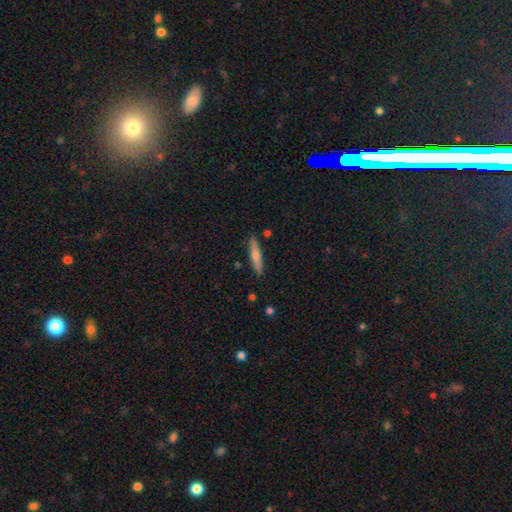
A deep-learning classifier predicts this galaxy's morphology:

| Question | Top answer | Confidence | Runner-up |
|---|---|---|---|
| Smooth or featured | smooth | 66% | featured or disk (28%) |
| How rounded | cigar-shaped | 87% | in between (12%) |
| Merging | none | 87% | minor disturbance (9%) |